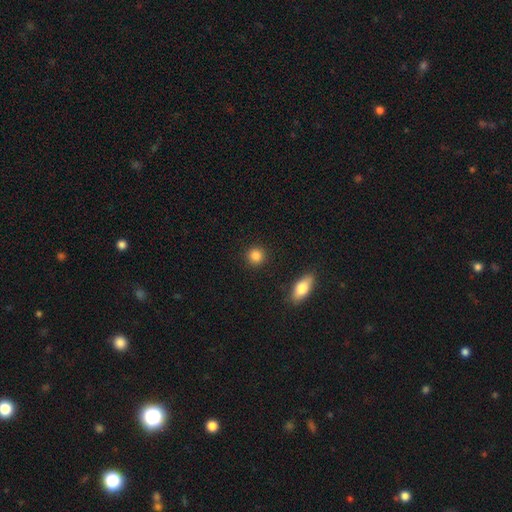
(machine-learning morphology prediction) smooth-or-featured: smooth: 87% | star or artifact: 9% | featured or disk: 4%
  how-rounded: round: 88% | in between: 11% | cigar-shaped: 2%
  merging: none: 90% | minor disturbance: 6% | major disturbance: 2% | merger: 2%